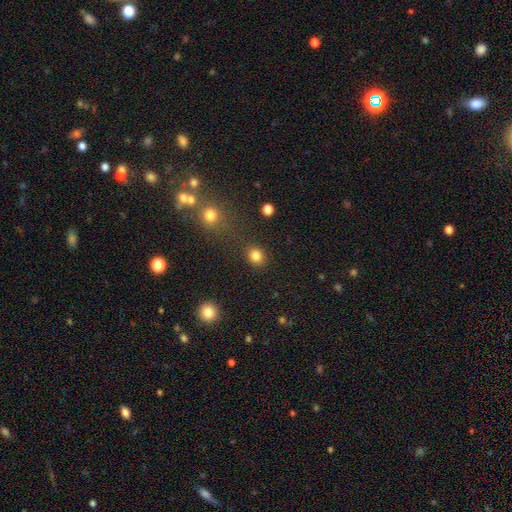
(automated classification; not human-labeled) This is clearly a smooth galaxy (83%). How rounded: likely round (74%). Merging: clearly none (85%).